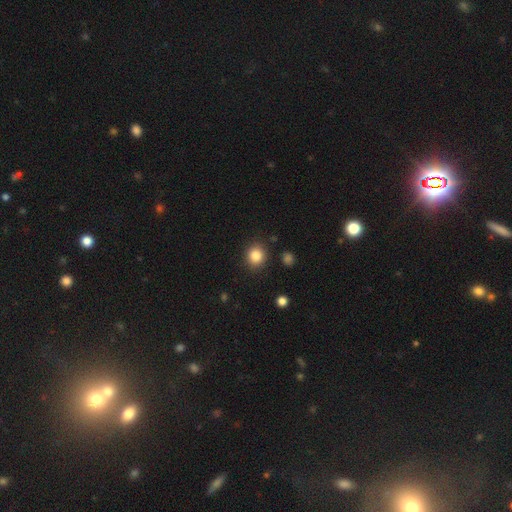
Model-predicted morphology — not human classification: A smooth galaxy with no disk features (85%) that is round (82%).

Vote fractions:
- Smooth or featured? smooth: 85% / star or artifact: 10% / featured or disk: 5%
- How rounded? round: 82% / in between: 17% / cigar-shaped: 1%
- Merging? none: 88% / minor disturbance: 7% / major disturbance: 3% / merger: 2%